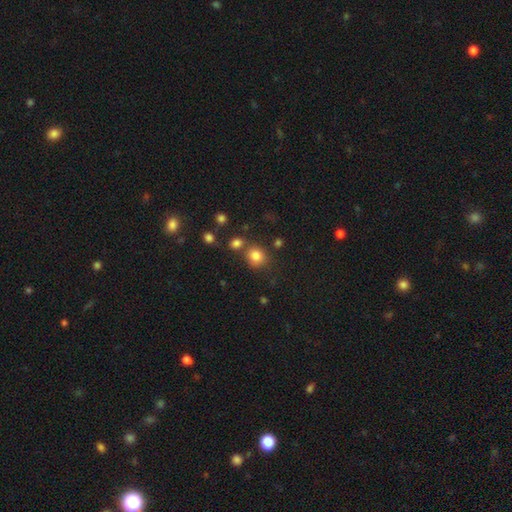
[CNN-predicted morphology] smooth 81%, star or artifact 13%, featured or disk 6%. Down the decision tree: how rounded — round (77%); merging — none (71%).